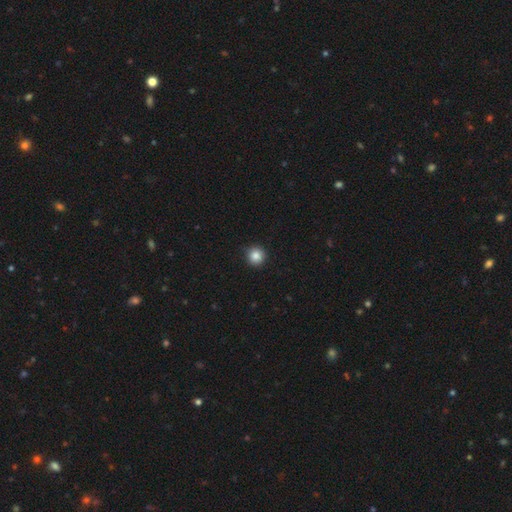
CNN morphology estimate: type=smooth (86%); roundness=round (95%); merging=none (91%).